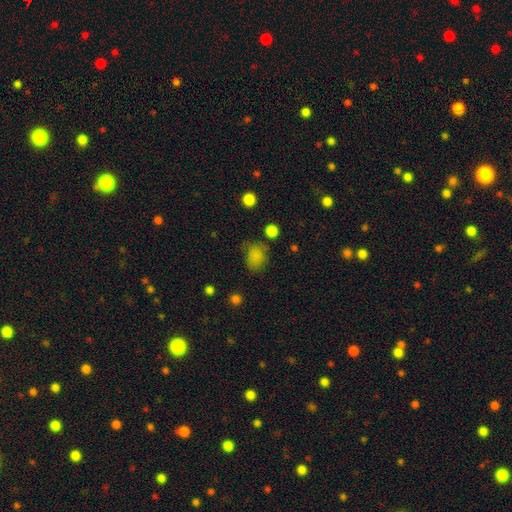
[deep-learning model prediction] Morphology: type=smooth (82%); roundness=round (51%); merging=none (59%).